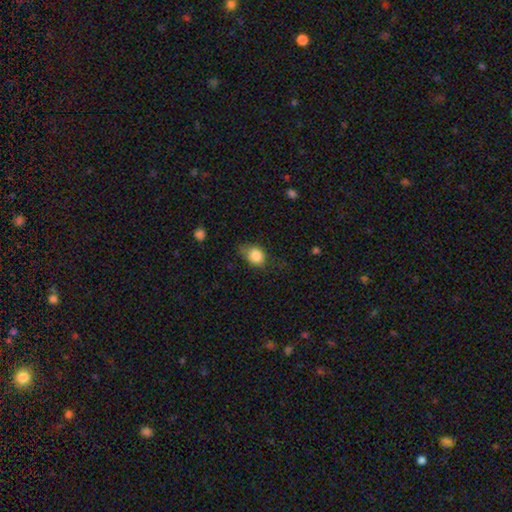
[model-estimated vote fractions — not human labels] Morphology: type=smooth (84%); roundness=round (52%); merging=none (54%).